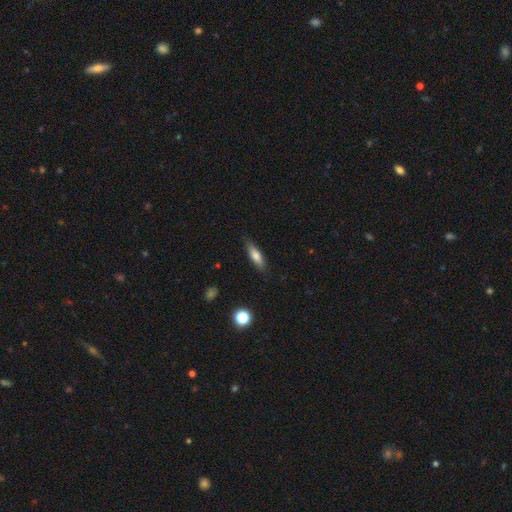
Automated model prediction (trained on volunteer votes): The model was most divided on "how rounded": cigar-shaped: 61%, in between: 37%, round: 2%. More confident: merging — none (84%); smooth or featured — smooth (71%).